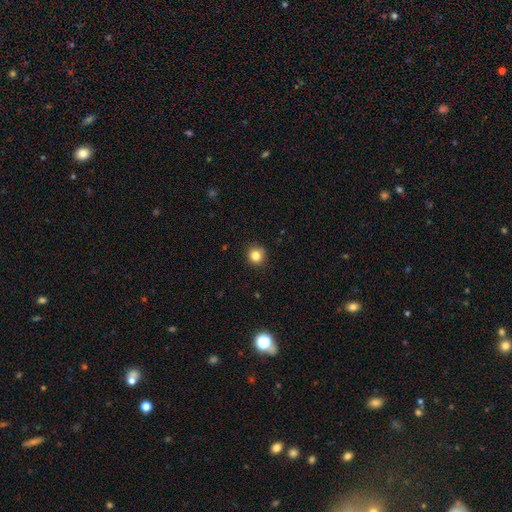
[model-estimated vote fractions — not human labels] smooth-or-featured: smooth: 83% | star or artifact: 12% | featured or disk: 6%
  how-rounded: round: 90% | in between: 9% | cigar-shaped: 1%
  merging: none: 87% | minor disturbance: 10% | major disturbance: 2% | merger: 1%